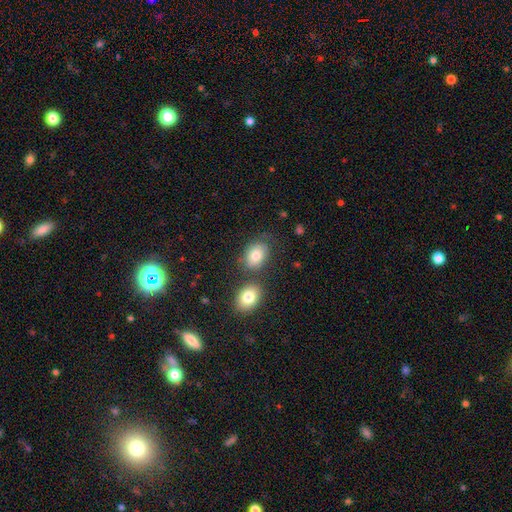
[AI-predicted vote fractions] The model was most divided on "merging": none: 61%, merger: 18%, minor disturbance: 15%, major disturbance: 5%. More confident: smooth or featured — smooth (80%); how rounded — in between (77%).